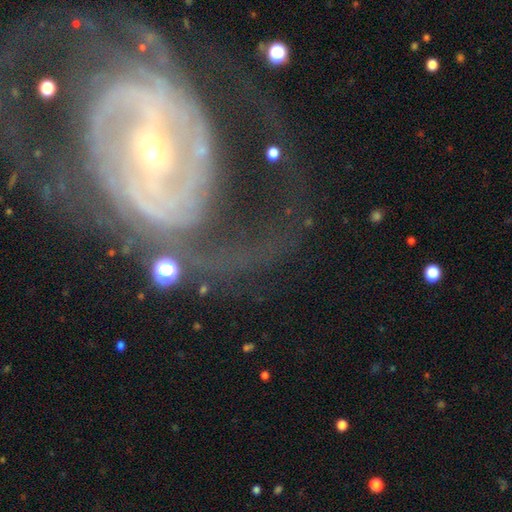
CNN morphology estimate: Overall: featured or disk (87%). Edge-on disk: no (96%). Bar: strong (46%; weak 31%). Spiral arms: yes (92%). Spiral arm count: 2 (58%; can't tell 18%). Spiral winding: tight (45%; medium 39%). Bulge size: small (82%). Merging: none (54%; major disturbance 26%).